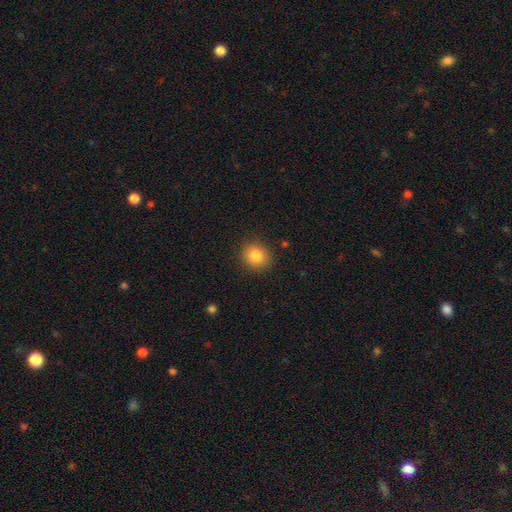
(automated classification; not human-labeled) The model was most divided on "how rounded": round: 77%, in between: 22%, cigar-shaped: 1%. More confident: merging — none (89%); smooth or featured — smooth (83%).